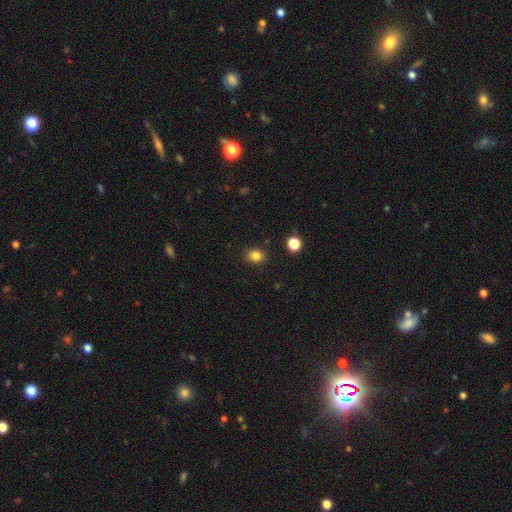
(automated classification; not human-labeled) This is clearly a smooth galaxy (83%). How rounded: likely round (67%). Merging: clearly none (87%).